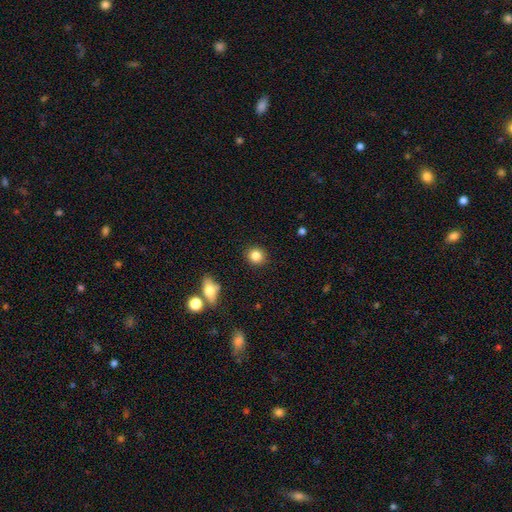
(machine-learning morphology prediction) smooth_or_featured: smooth (p=0.84) [alt: star or artifact p=0.10]
how_rounded: round (p=0.87) [alt: in between p=0.12]
merging: none (p=0.91) [alt: minor disturbance p=0.06]